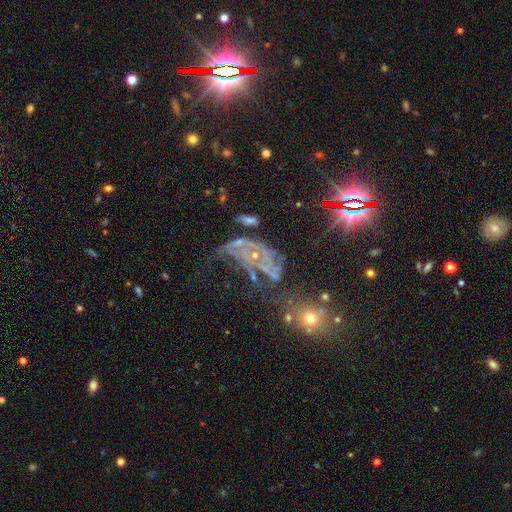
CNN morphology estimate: A featured or disk galaxy (50%).

Vote fractions:
- Smooth or featured? featured or disk: 50% / star or artifact: 36% / smooth: 14%
- Merging? major disturbance: 37% / none: 28% / minor disturbance: 19% / merger: 15%